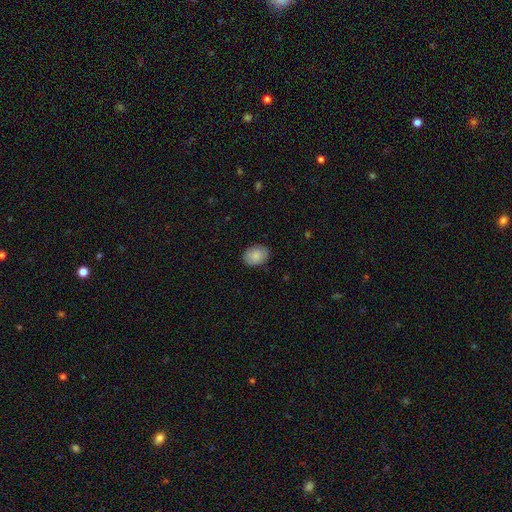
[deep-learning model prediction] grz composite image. It shows a smooth galaxy with no disk features (87%) that is in between round and cigar-shaped (73%). Merging: none (87%).